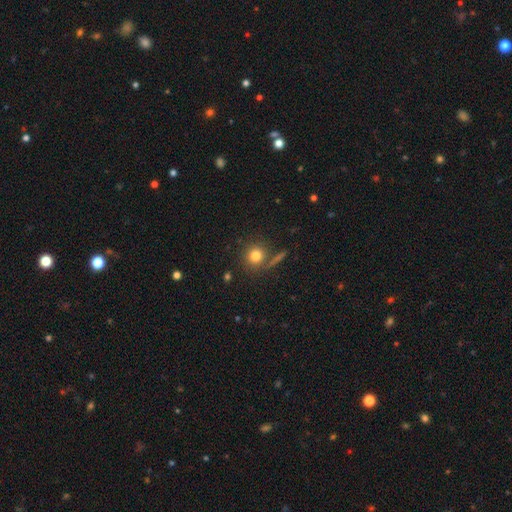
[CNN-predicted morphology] A smooth galaxy with no disk features (79%) that is round (90%).

Vote fractions:
- Smooth or featured? smooth: 79% / star or artifact: 12% / featured or disk: 9%
- How rounded? round: 90% / in between: 9% / cigar-shaped: 1%
- Merging? none: 77% / merger: 10% / minor disturbance: 9% / major disturbance: 4%